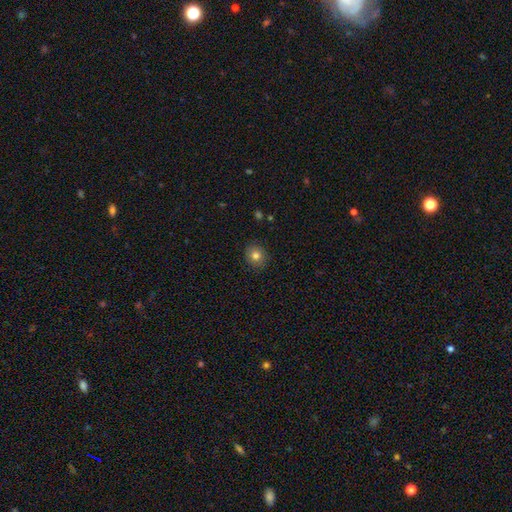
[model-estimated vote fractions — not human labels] Smooth or featured?
  - smooth: 80% *
  - star or artifact: 11%
  - featured or disk: 10%
How rounded?
  - round: 82% *
  - in between: 17%
  - cigar-shaped: 1%
Merging?
  - none: 89% *
  - minor disturbance: 8%
  - major disturbance: 2%
  - merger: 1%